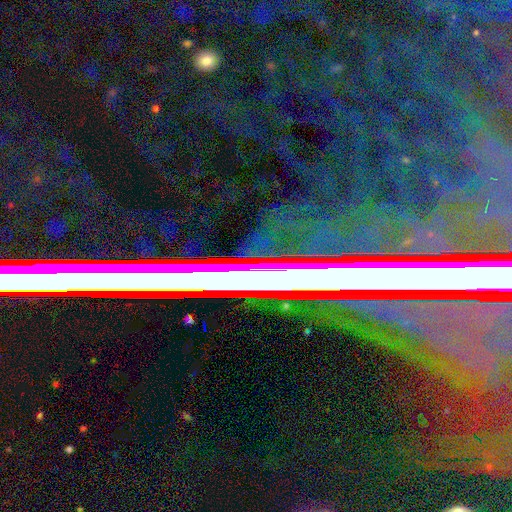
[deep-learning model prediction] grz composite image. It shows a star or artifact, not a galaxy (56%).